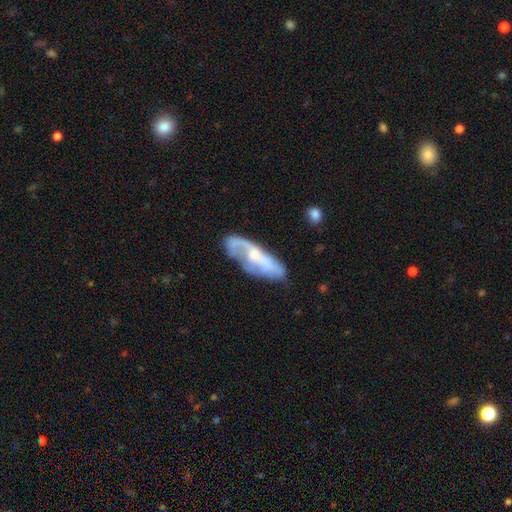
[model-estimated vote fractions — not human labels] The model was most divided on "merging": none: 51%, minor disturbance: 25%, major disturbance: 19%, merger: 5%. More confident: edge-on disk — no (81%); smooth or featured — featured or disk (61%).